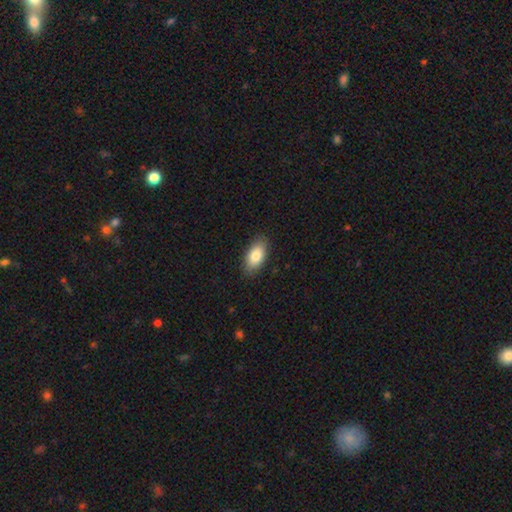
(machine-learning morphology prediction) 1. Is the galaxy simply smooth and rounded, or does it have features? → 83% smooth, 10% featured or disk, 7% star or artifact.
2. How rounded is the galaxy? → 92% in between, 5% cigar-shaped, 3% round.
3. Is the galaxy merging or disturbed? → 87% none, 10% minor disturbance, 2% major disturbance, 1% merger.